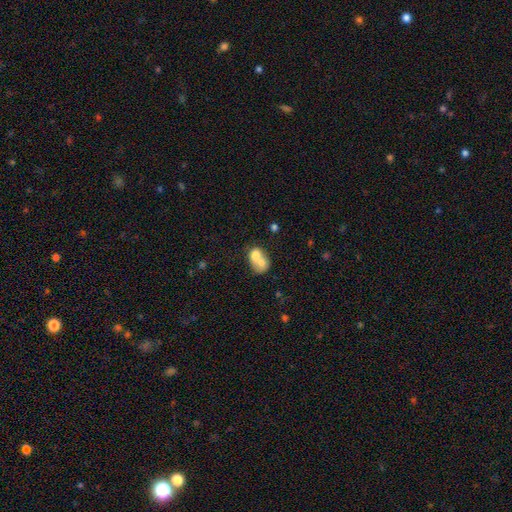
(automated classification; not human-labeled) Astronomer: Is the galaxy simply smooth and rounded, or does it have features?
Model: smooth — 67%.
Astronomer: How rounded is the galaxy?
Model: in between — 50% (runner-up: round, 49%).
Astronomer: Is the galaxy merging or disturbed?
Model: merger — 75%.